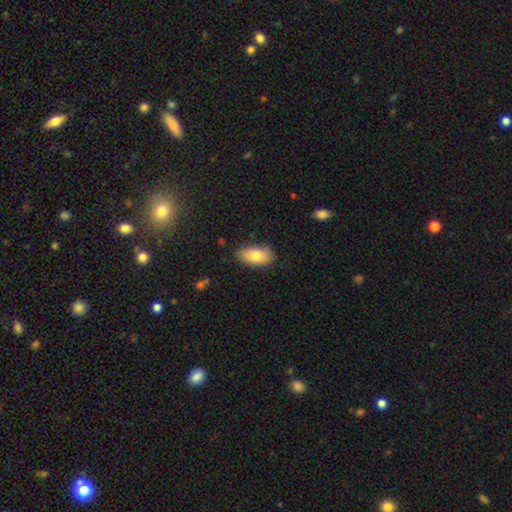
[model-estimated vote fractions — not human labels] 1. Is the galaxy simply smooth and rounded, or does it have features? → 79% smooth, 14% featured or disk, 7% star or artifact.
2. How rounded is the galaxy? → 93% in between, 4% round, 3% cigar-shaped.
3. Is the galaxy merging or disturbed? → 80% none, 15% minor disturbance, 3% major disturbance, 1% merger.